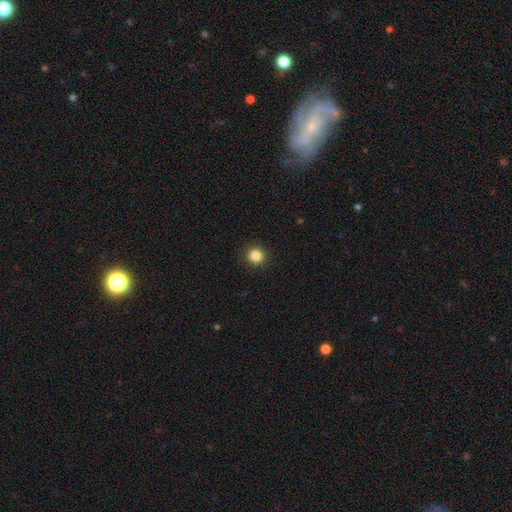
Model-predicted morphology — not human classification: Q: Smooth or featured?
A: smooth (85%); runner-up: star or artifact (11%)
Q: How rounded?
A: round (95%); runner-up: in between (4%)
Q: Merging?
A: none (93%); runner-up: minor disturbance (5%)